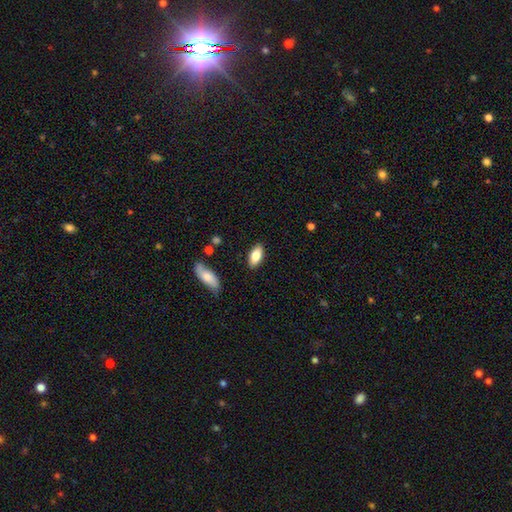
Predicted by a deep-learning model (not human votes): smooth-or-featured: smooth: 80% | featured or disk: 14% | star or artifact: 6%
  how-rounded: in between: 87% | cigar-shaped: 10% | round: 3%
  merging: none: 87% | minor disturbance: 9% | major disturbance: 2% | merger: 2%